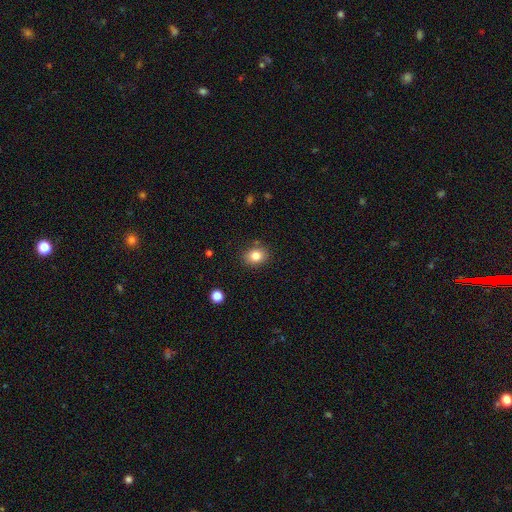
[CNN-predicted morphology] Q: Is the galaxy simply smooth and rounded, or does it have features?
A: smooth — 82%.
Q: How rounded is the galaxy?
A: in between — 52%.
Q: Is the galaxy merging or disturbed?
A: none — 84%.